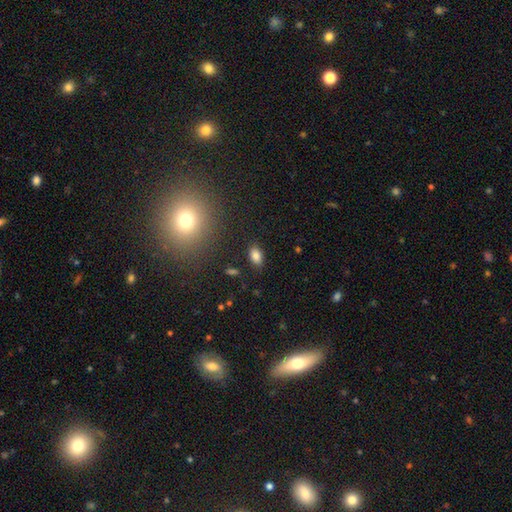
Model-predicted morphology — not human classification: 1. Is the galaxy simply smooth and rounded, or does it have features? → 84% smooth, 10% star or artifact, 6% featured or disk.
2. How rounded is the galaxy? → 88% in between, 10% round, 2% cigar-shaped.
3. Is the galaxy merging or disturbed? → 85% none, 10% minor disturbance, 3% major disturbance, 2% merger.